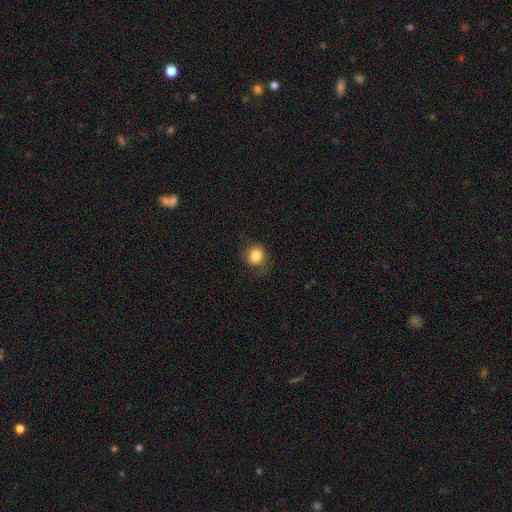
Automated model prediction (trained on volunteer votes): Overall: smooth (83%). How rounded: round (83%). Merging: none (82%).